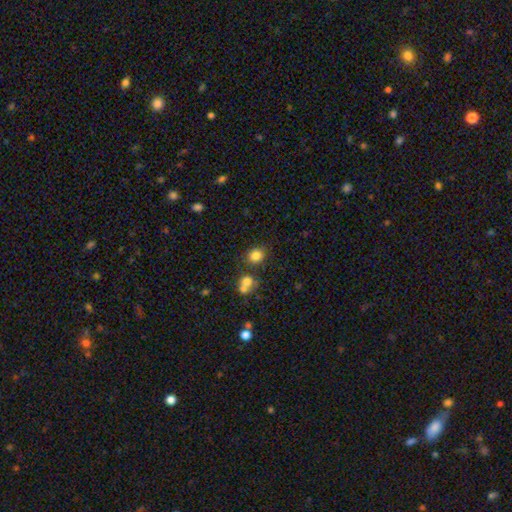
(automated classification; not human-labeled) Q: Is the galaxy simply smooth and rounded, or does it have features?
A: smooth — 81%.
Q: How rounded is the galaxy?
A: round — 67%.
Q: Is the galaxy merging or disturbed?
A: none — 72%.